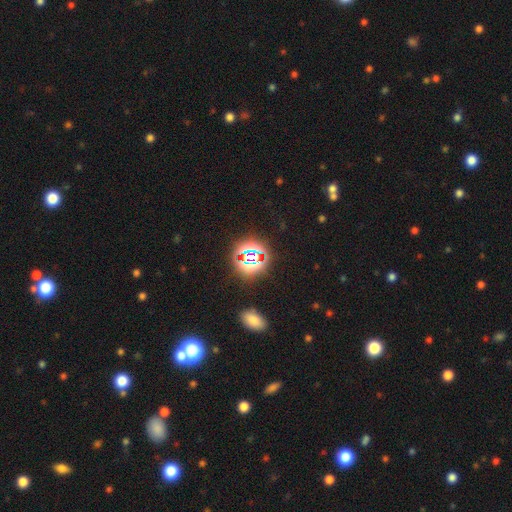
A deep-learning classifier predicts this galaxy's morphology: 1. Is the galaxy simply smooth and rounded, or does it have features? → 72% star or artifact, 19% smooth, 9% featured or disk.